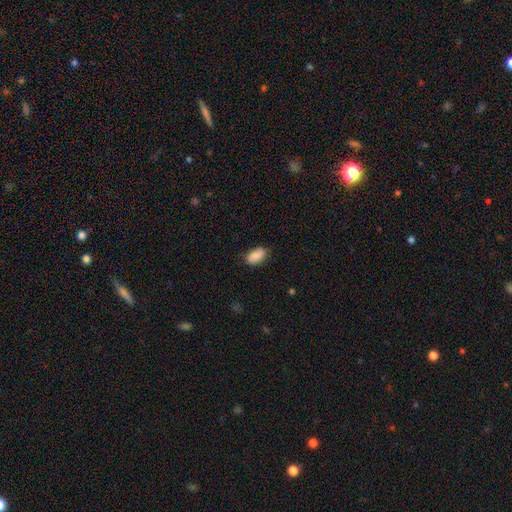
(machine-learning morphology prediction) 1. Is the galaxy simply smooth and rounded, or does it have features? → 83% smooth, 10% featured or disk, 7% star or artifact.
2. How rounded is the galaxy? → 93% in between, 5% round, 2% cigar-shaped.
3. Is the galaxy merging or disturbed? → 78% none, 18% minor disturbance, 3% major disturbance, 1% merger.